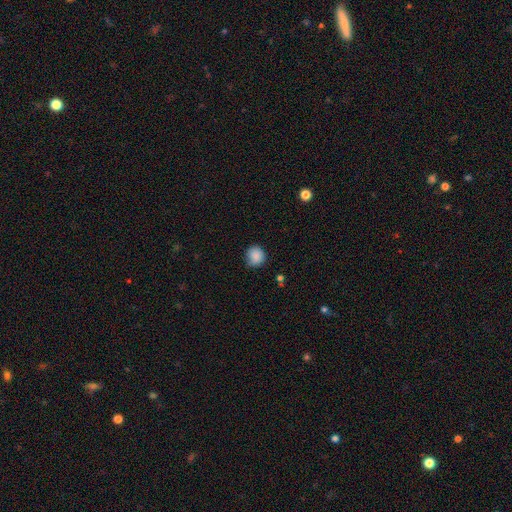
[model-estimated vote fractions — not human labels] Morphology: type=smooth (87%); roundness=round (87%); merging=none (73%).